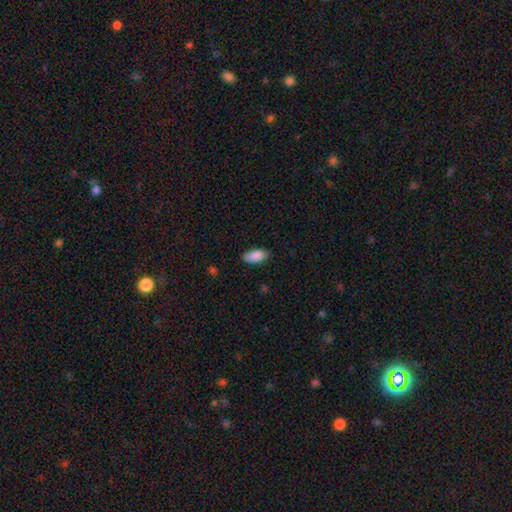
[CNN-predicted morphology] smooth-or-featured: smooth: 89% | star or artifact: 6% | featured or disk: 5%
  how-rounded: in between: 91% | cigar-shaped: 7% | round: 2%
  merging: none: 84% | minor disturbance: 13% | major disturbance: 2% | merger: 1%